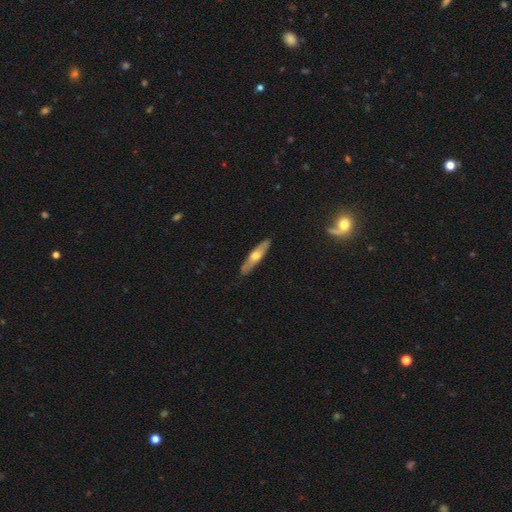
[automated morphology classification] Smooth or featured? featured or disk (49%)
Merging? none (88%)